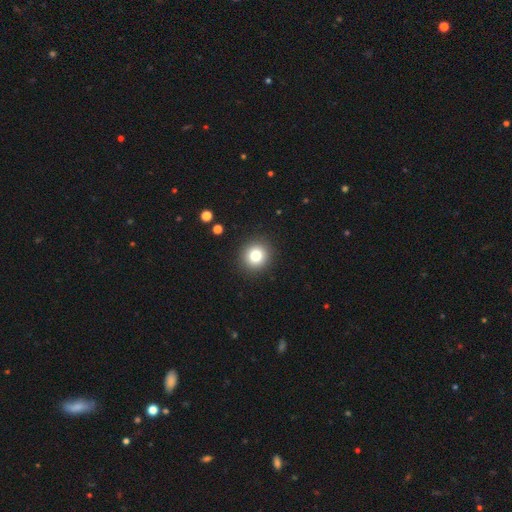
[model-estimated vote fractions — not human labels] Smooth or featured: smooth — 79% (star or artifact — 13%)
How rounded: round — 93% (in between — 6%)
Merging: none — 93% (minor disturbance — 4%)